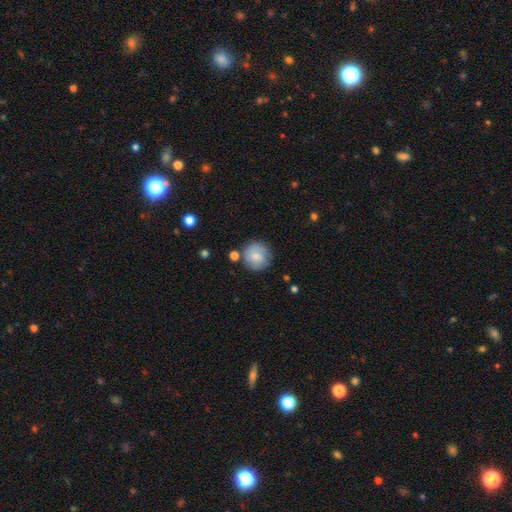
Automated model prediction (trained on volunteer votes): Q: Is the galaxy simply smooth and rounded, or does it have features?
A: smooth — 72%.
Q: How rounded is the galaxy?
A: round — 92%.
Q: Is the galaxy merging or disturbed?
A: none — 75%.